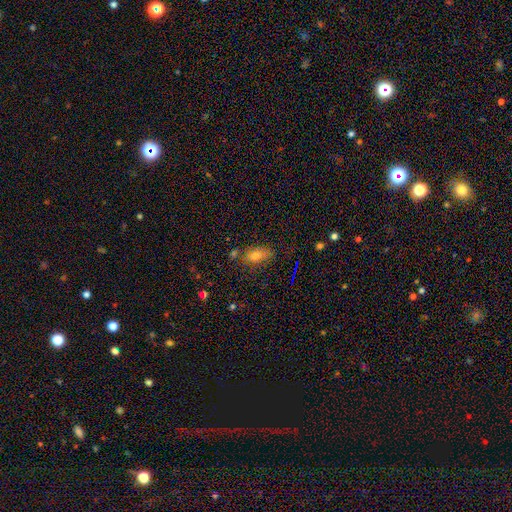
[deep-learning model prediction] Smooth or featured? smooth (70%)
How rounded? in between (81%)
Merging? none (67%)